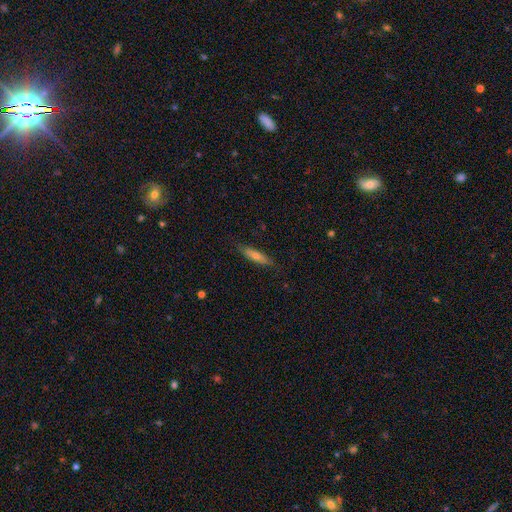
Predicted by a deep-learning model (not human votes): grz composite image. It shows a smooth galaxy with no disk features (53%) that is cigar-shaped (81%). Merging: none (84%).